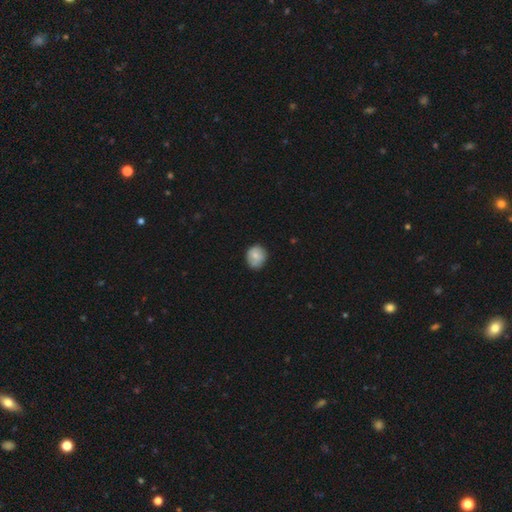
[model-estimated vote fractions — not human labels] This appears to be a smooth galaxy with no disk features (77%) that is round (75%). Merging: none (73%).